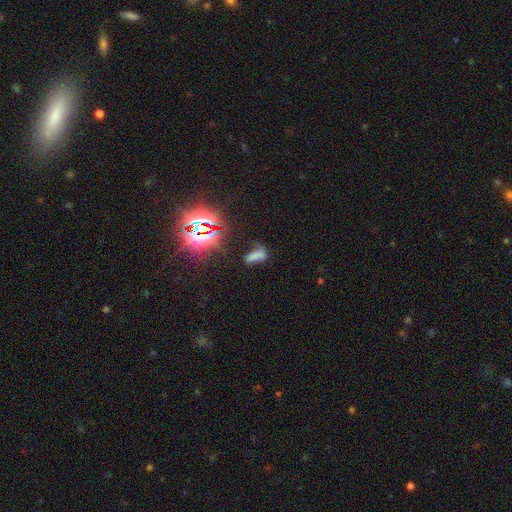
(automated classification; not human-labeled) Smooth or featured? smooth (53%)
How rounded? in between (63%)
Merging? none (44%)